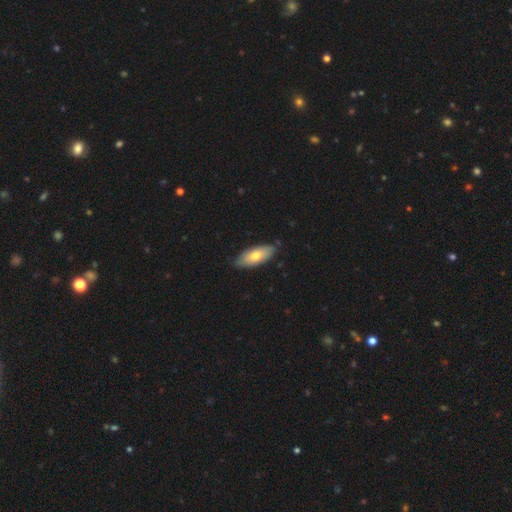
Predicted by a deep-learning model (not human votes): This appears to be a smooth galaxy with no disk features (70%) that is in between round and cigar-shaped (81%). Merging: none (80%).